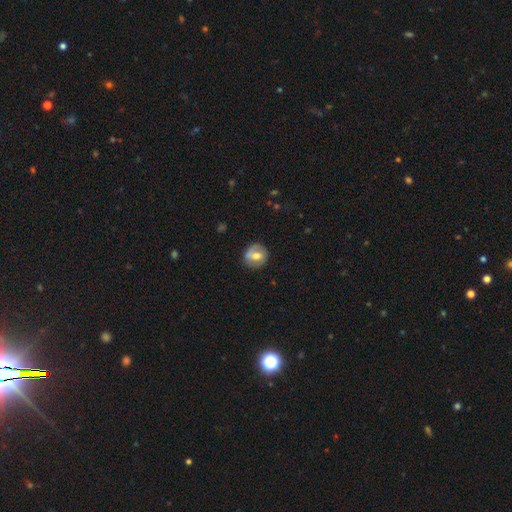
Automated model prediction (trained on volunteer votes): Smooth or featured?
  - smooth: 55% *
  - featured or disk: 38%
  - star or artifact: 8%
How rounded?
  - round: 80% *
  - in between: 19%
  - cigar-shaped: 1%
Merging?
  - none: 77% *
  - minor disturbance: 16%
  - major disturbance: 5%
  - merger: 2%